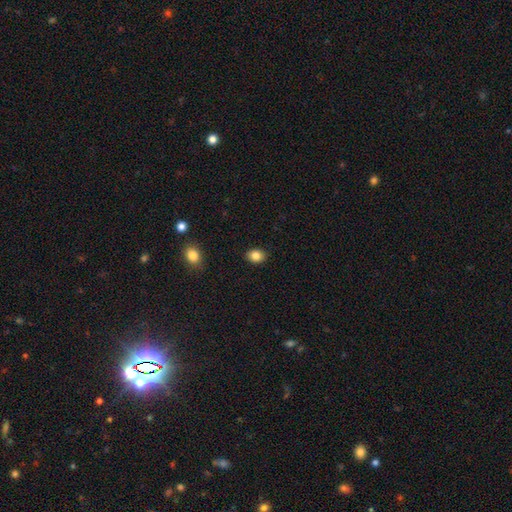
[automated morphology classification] Overall: smooth (84%). How rounded: in between (62%; round 37%). Merging: none (89%).